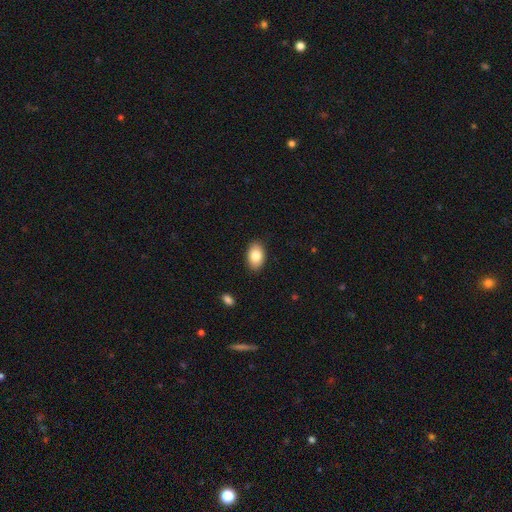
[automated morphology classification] Smooth or featured?
  - smooth: 84% *
  - featured or disk: 9%
  - star or artifact: 7%
How rounded?
  - in between: 90% *
  - round: 9%
  - cigar-shaped: 1%
Merging?
  - none: 89% *
  - minor disturbance: 8%
  - major disturbance: 2%
  - merger: 1%